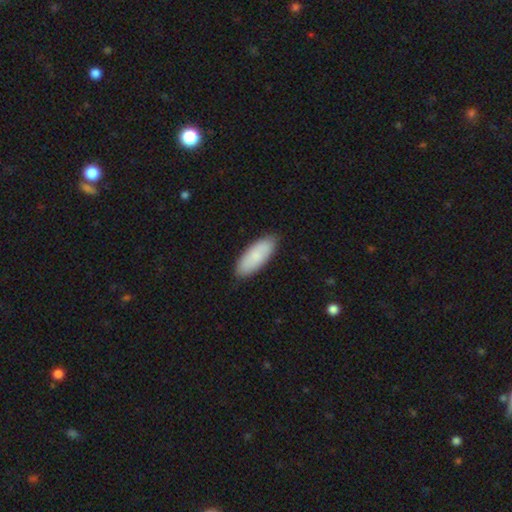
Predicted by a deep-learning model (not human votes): This appears to be a smooth galaxy with no disk features (83%) that is in between round and cigar-shaped (78%). Merging: none (86%).